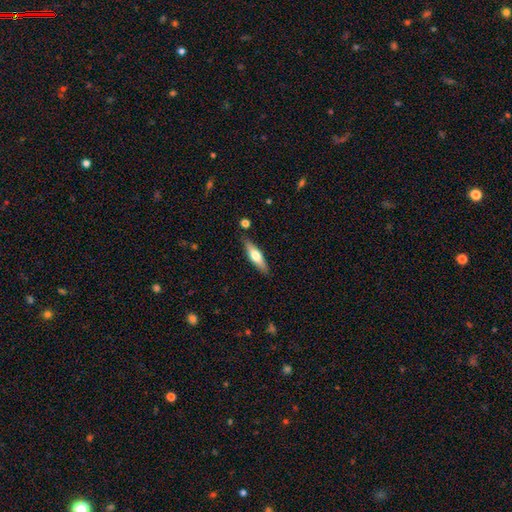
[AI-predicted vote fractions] The model was most divided on "smooth or featured": smooth: 53%, featured or disk: 42%, star or artifact: 6%. More confident: merging — none (86%); how rounded — cigar-shaped (67%).